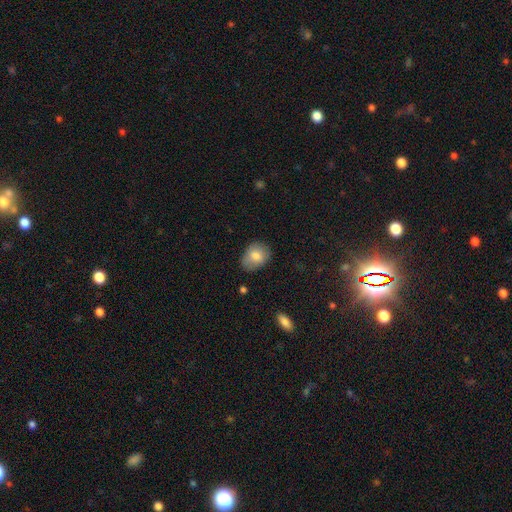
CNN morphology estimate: smooth 80%, featured or disk 12%, star or artifact 8%. Down the decision tree: how rounded — in between (65%); merging — none (74%).